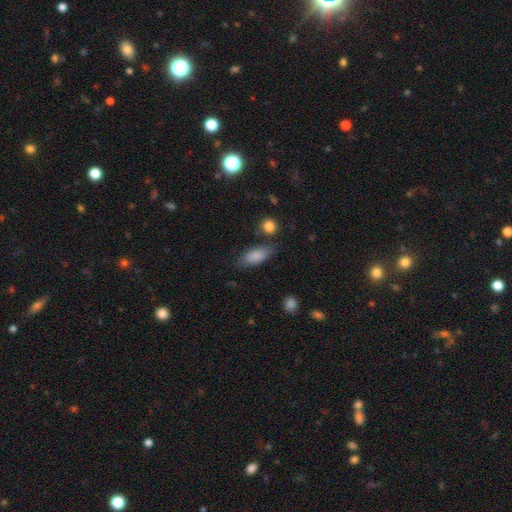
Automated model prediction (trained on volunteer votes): smooth 83%, featured or disk 10%, star or artifact 6%. Down the decision tree: how rounded — in between (84%); merging — none (71%).